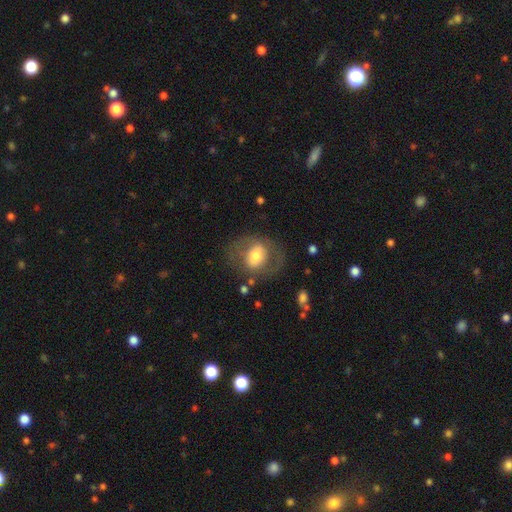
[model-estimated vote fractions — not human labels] Smooth or featured? Predicted: smooth (p=0.50). Merging? Predicted: none (p=0.69).